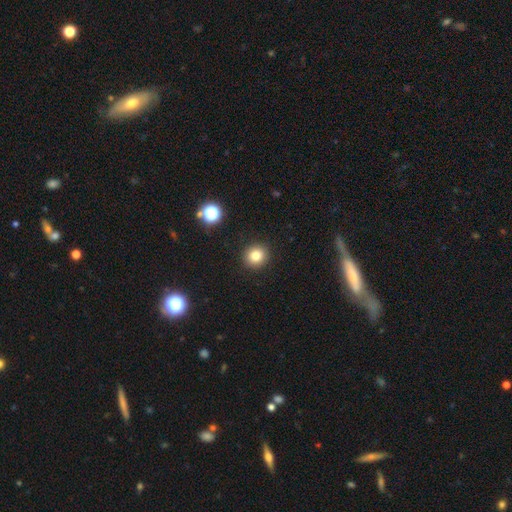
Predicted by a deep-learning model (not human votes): smooth 80%, star or artifact 13%, featured or disk 7%. Down the decision tree: how rounded — round (91%); merging — none (92%).